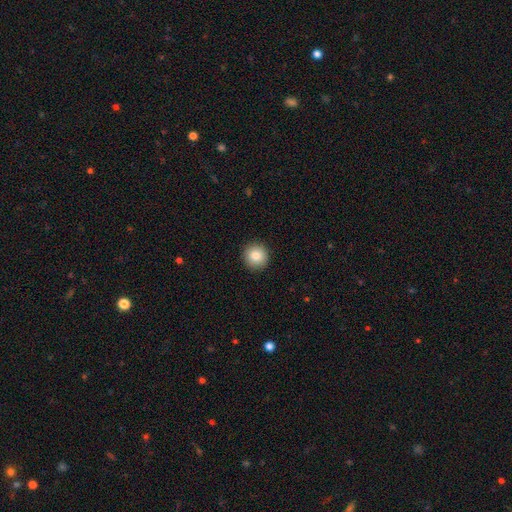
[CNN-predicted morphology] A smooth galaxy with no disk features (84%) that is round (95%).

Vote fractions:
- Smooth or featured? smooth: 84% / star or artifact: 9% / featured or disk: 7%
- How rounded? round: 95% / in between: 5% / cigar-shaped: 1%
- Merging? none: 92% / minor disturbance: 5% / major disturbance: 2% / merger: 1%